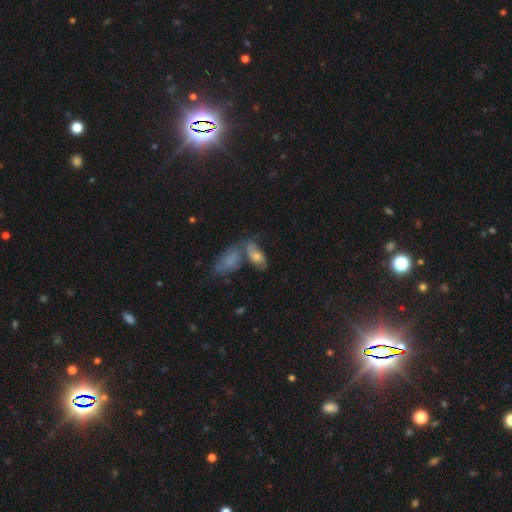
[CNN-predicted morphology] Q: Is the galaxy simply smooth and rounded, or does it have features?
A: smooth — 49%.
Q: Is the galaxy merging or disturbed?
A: none — 38%.